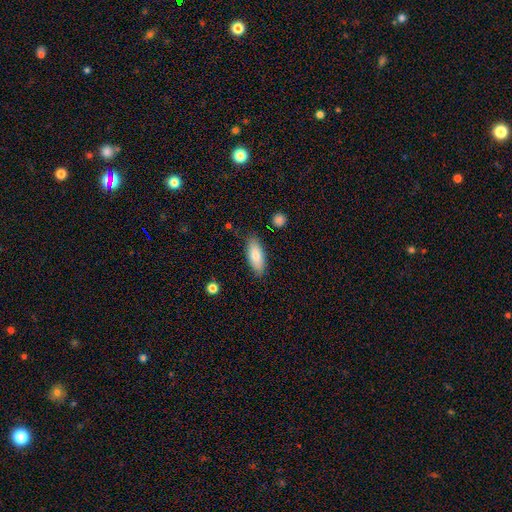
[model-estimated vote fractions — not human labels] Smooth or featured? Predicted: smooth (p=0.79). How rounded? Predicted: in between (p=0.79). Merging? Predicted: none (p=0.84).